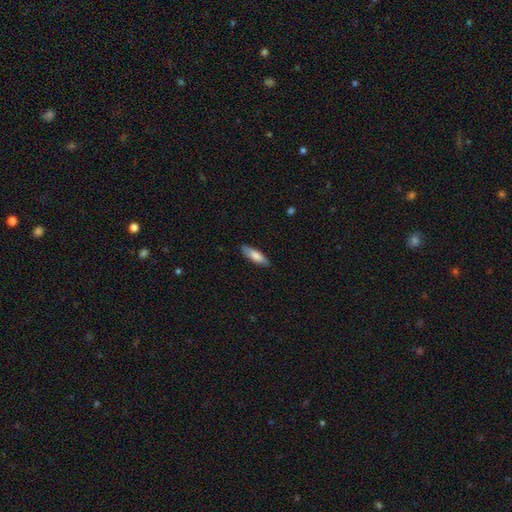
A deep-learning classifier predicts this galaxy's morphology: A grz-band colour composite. It shows a smooth galaxy with no disk features (80%) that is in between round and cigar-shaped (50%). Merging: none (83%).